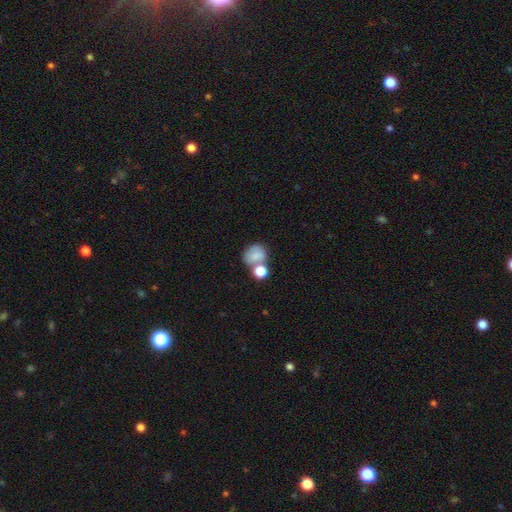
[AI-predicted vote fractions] smooth 75%, featured or disk 14%, star or artifact 11%. Down the decision tree: how rounded — round (58%); merging — merger (40%).